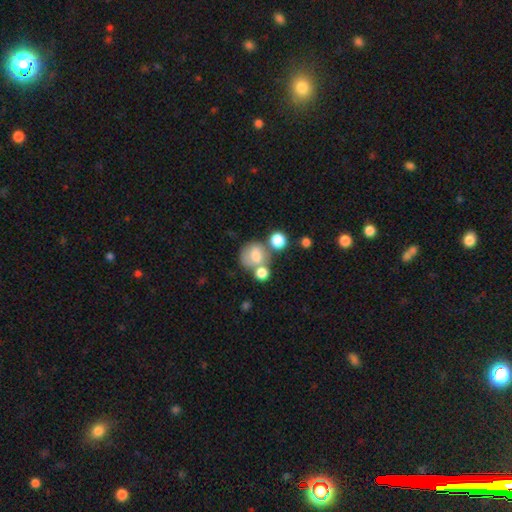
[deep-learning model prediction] smooth 71%, featured or disk 19%, star or artifact 11%. Down the decision tree: how rounded — round (75%); merging — none (46%).